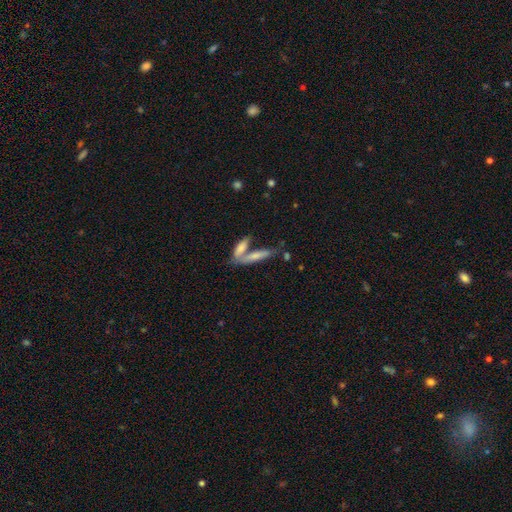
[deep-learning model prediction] Smooth or featured? smooth (67%)
How rounded? cigar-shaped (68%)
Merging? merger (53%)